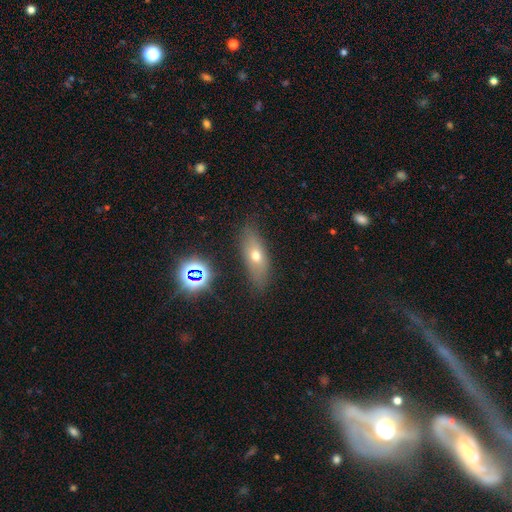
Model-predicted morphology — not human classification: Smooth or featured?
  - smooth: 58% *
  - featured or disk: 29%
  - star or artifact: 13%
How rounded?
  - in between: 62% *
  - cigar-shaped: 32%
  - round: 7%
Merging?
  - none: 83% *
  - minor disturbance: 12%
  - major disturbance: 3%
  - merger: 2%